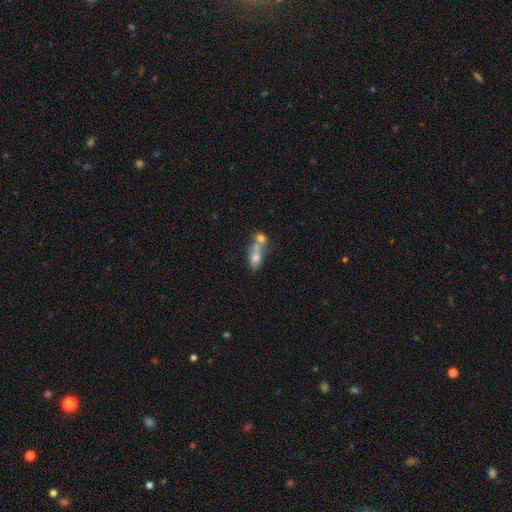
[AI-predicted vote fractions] Smooth or featured? smooth (66%)
How rounded? in between (67%)
Merging? merger (66%)